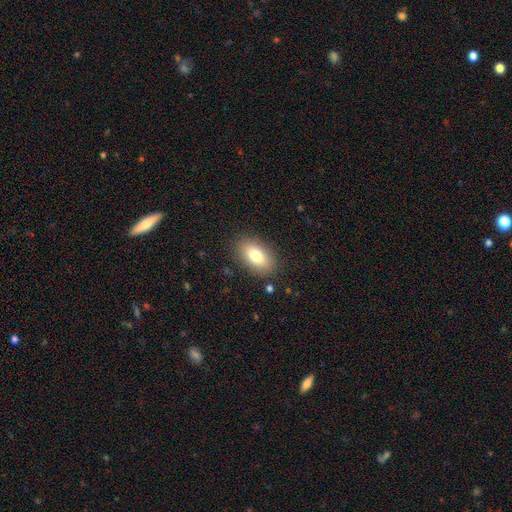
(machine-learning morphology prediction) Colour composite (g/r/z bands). It shows a smooth galaxy with no disk features (78%) that is in between round and cigar-shaped (91%). Merging: none (86%).